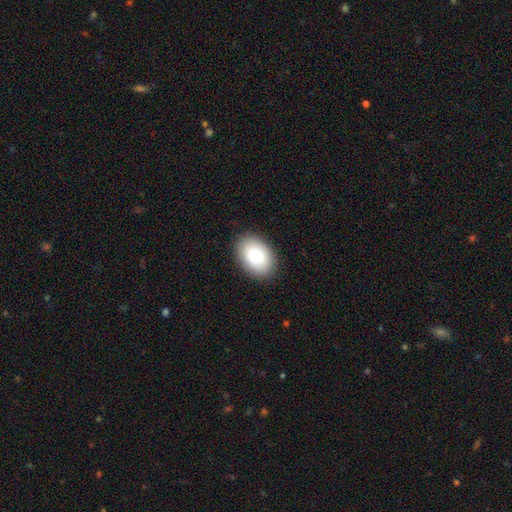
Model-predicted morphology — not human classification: Smooth or featured: smooth — 81% (featured or disk — 12%)
How rounded: in between — 84% (round — 15%)
Merging: none — 89% (minor disturbance — 8%)